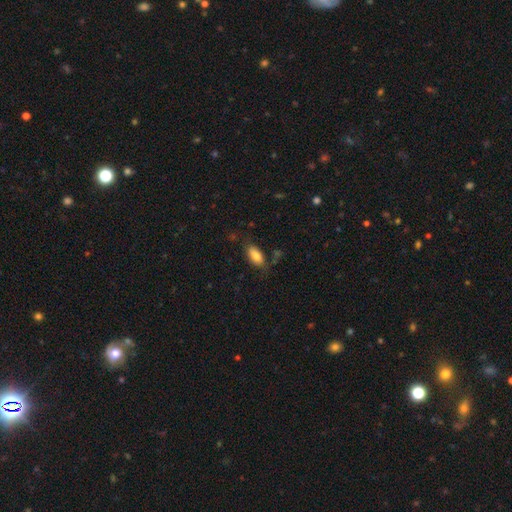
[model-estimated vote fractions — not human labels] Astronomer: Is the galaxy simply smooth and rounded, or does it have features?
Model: smooth — 82%.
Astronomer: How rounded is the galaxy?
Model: in between — 89%.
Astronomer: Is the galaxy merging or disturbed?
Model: none — 73%.